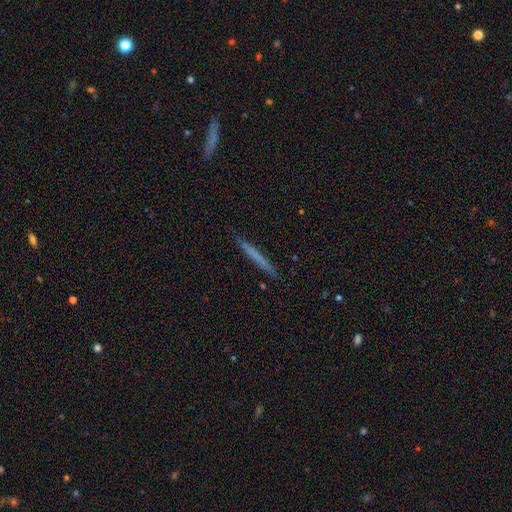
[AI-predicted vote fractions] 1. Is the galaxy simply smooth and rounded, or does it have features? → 59% smooth, 35% featured or disk, 6% star or artifact.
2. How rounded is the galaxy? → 97% cigar-shaped, 2% in between, 1% round.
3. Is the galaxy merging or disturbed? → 91% none, 6% minor disturbance, 1% major disturbance, 1% merger.